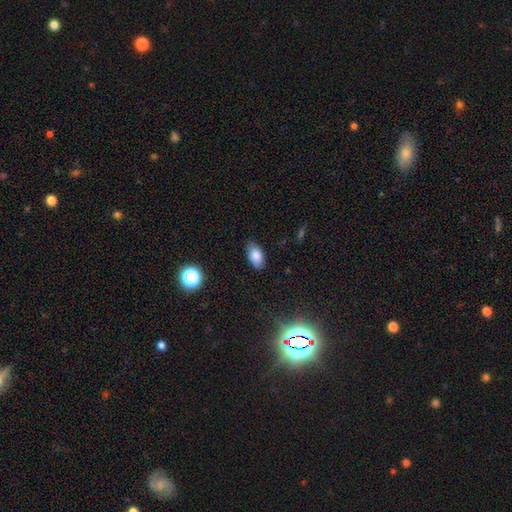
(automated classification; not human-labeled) smooth 84%, star or artifact 10%, featured or disk 7%. Down the decision tree: how rounded — in between (91%); merging — none (82%).